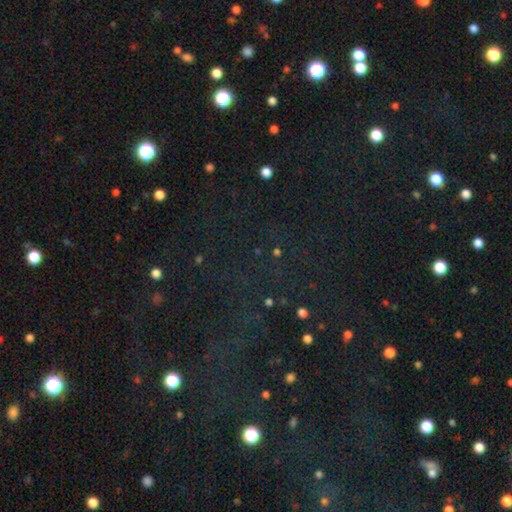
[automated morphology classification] Smooth or featured? star or artifact (76%)